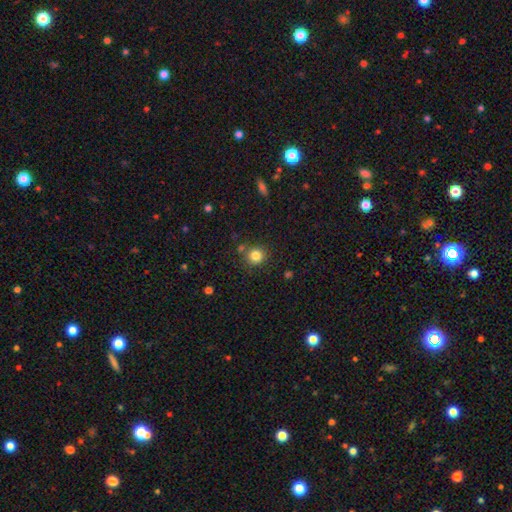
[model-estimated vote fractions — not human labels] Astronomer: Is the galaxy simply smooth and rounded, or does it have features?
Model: smooth — 83%.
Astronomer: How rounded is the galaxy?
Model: round — 91%.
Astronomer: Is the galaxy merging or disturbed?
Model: none — 81%.